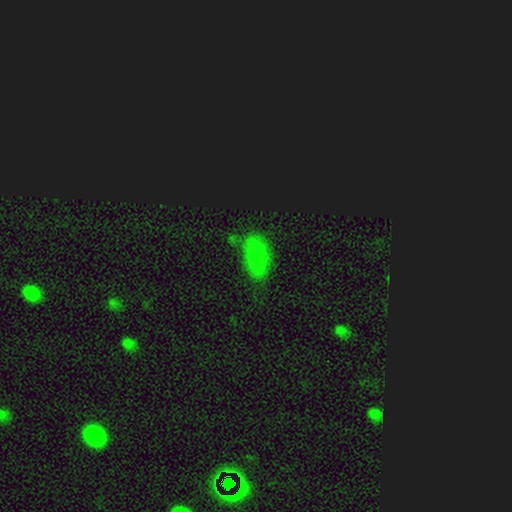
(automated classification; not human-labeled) This appears to be a smooth galaxy with no disk features (68%) that is in between round and cigar-shaped (92%). Merging: none (63%).